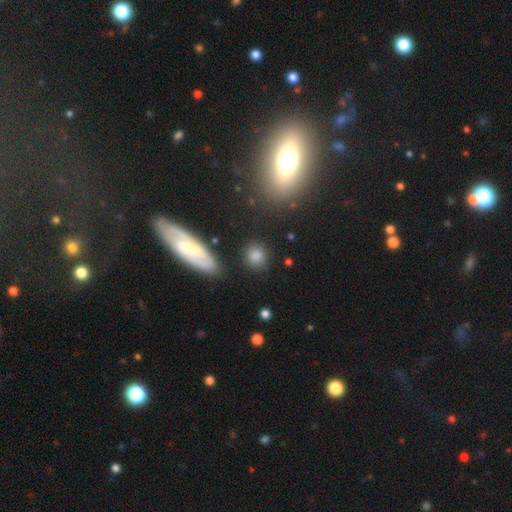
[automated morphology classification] This is likely a smooth galaxy (78%). How rounded: likely round (78%). Merging: clearly none (81%).